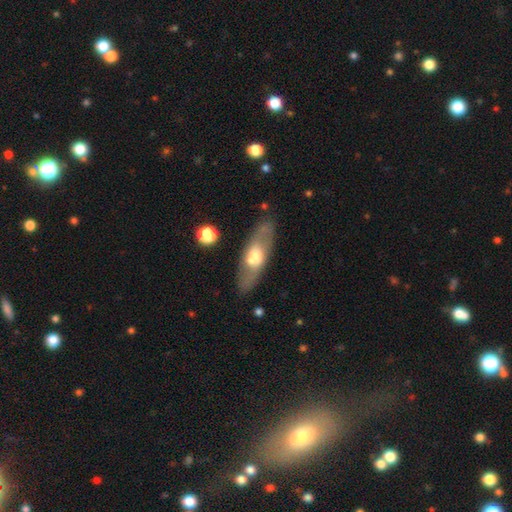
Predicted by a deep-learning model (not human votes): Smooth or featured: featured or disk — 48% (smooth — 45%)
Merging: none — 74% (minor disturbance — 14%)